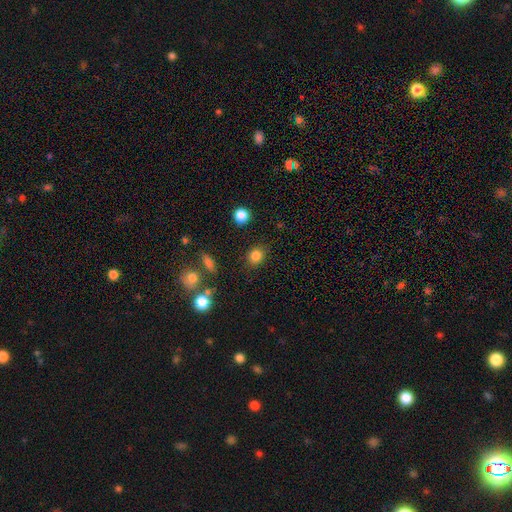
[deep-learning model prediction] Smooth or featured: smooth — 83% (star or artifact — 12%)
How rounded: round — 67% (in between — 32%)
Merging: none — 85% (minor disturbance — 9%)